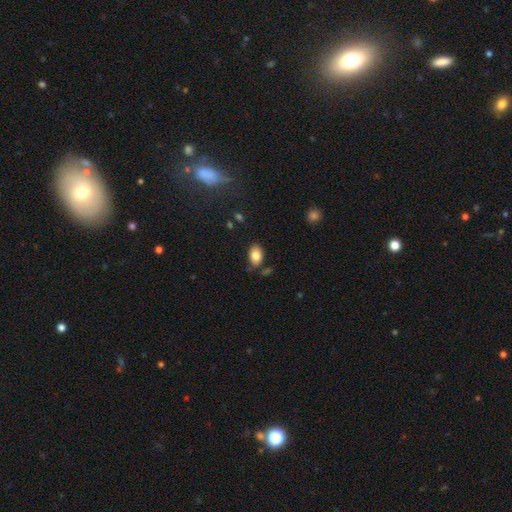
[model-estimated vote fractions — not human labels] smooth_or_featured: smooth (p=0.81) [alt: featured or disk p=0.10]
how_rounded: in between (p=0.88) [alt: round p=0.10]
merging: none (p=0.75) [alt: minor disturbance p=0.17]